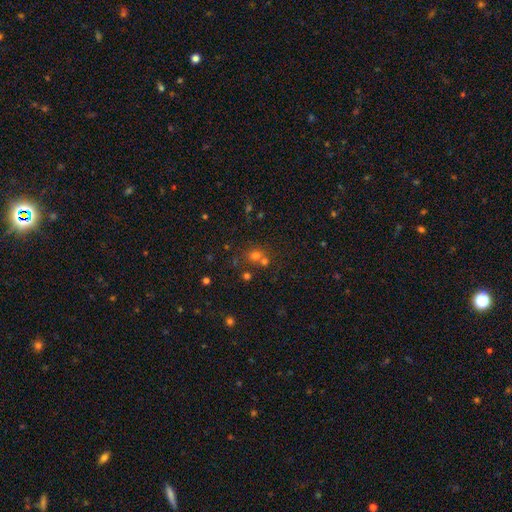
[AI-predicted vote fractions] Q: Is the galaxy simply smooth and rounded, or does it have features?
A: smooth — 60%.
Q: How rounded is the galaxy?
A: round — 82%.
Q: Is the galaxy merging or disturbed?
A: none — 56%.